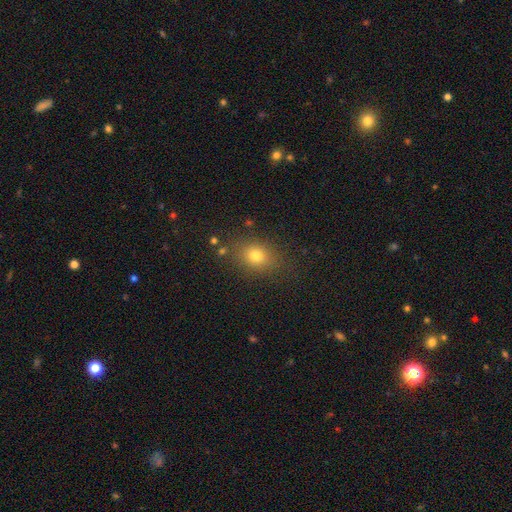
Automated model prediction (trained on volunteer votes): This is likely a smooth galaxy (75%). How rounded: possibly in between (56%). Merging: clearly none (82%).